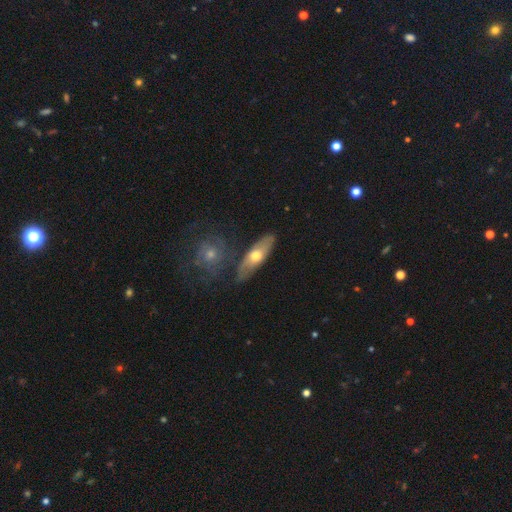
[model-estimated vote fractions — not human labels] The model was most divided on "smooth or featured": smooth: 49%, featured or disk: 46%, star or artifact: 5%. More confident: merging — none (74%).